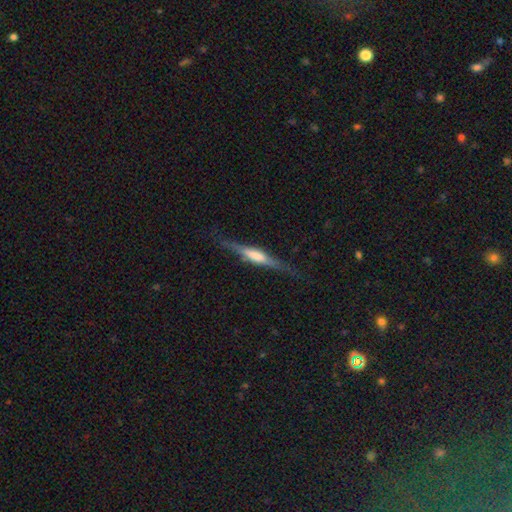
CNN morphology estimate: A featured or disk galaxy (69%) viewed edge-on (97%) with a rounded central bulge (49%). Merging: none (83%).